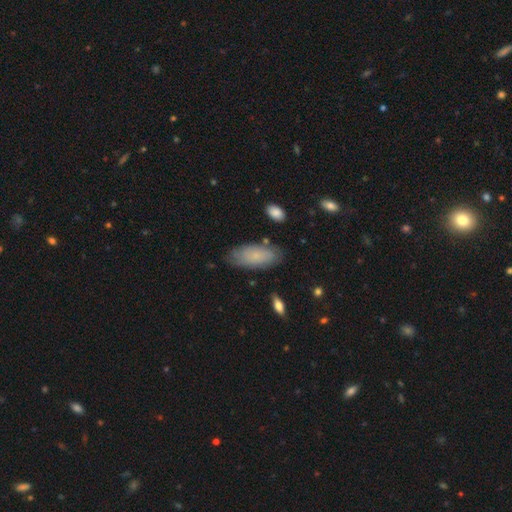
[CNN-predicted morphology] Smooth or featured? Predicted: smooth (p=0.73). How rounded? Predicted: in between (p=0.89). Merging? Predicted: none (p=0.76).